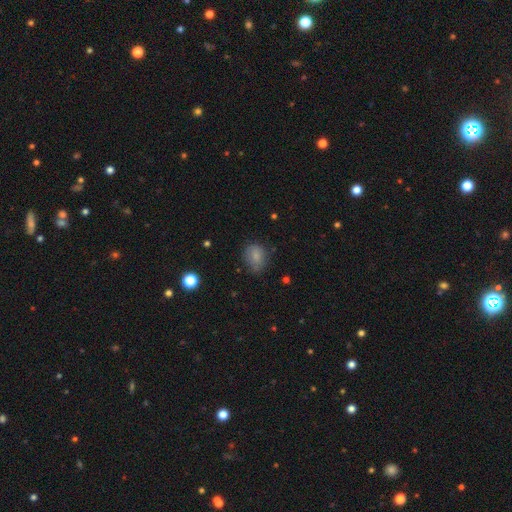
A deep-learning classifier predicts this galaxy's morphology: Q: Smooth or featured?
A: smooth (78%); runner-up: featured or disk (12%)
Q: How rounded?
A: in between (55%); runner-up: round (44%)
Q: Merging?
A: none (63%); runner-up: minor disturbance (27%)